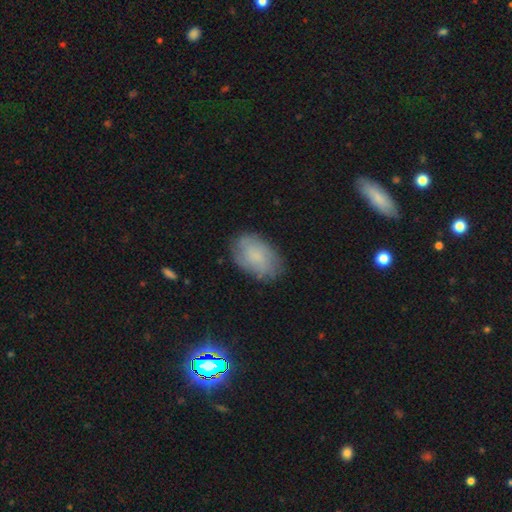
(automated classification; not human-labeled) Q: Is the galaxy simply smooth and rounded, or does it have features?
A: smooth — 65%.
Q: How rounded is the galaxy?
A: in between — 90%.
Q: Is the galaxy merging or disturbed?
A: none — 78%.